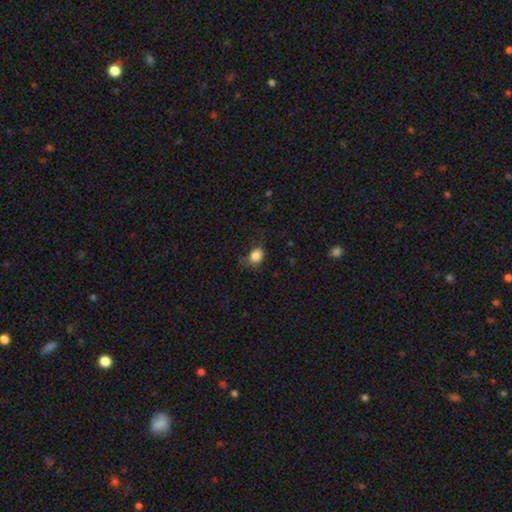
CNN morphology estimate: Smooth or featured? Predicted: smooth (p=0.85). How rounded? Predicted: in between (p=0.58). Merging? Predicted: none (p=0.66).